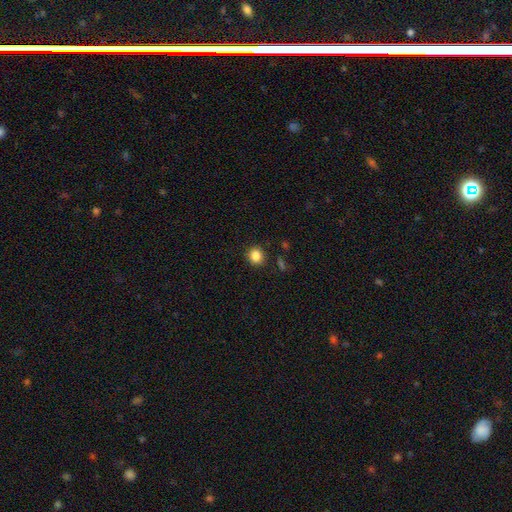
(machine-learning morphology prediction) smooth-or-featured: smooth: 85% | star or artifact: 11% | featured or disk: 4%
  how-rounded: round: 83% | in between: 16% | cigar-shaped: 1%
  merging: none: 89% | minor disturbance: 7% | major disturbance: 2% | merger: 2%